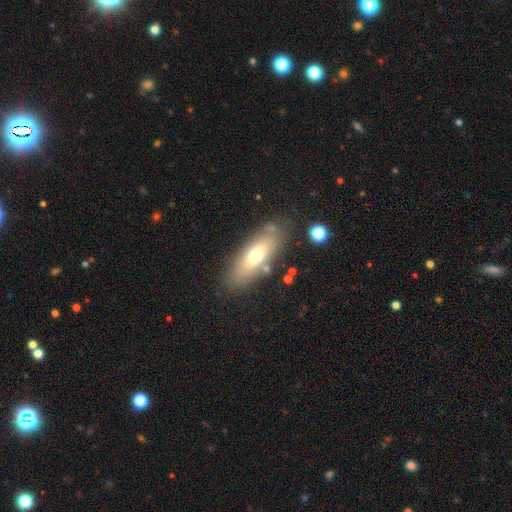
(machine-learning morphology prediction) smooth 59%, featured or disk 33%, star or artifact 8%. Down the decision tree: how rounded — in between (63%); merging — none (77%).